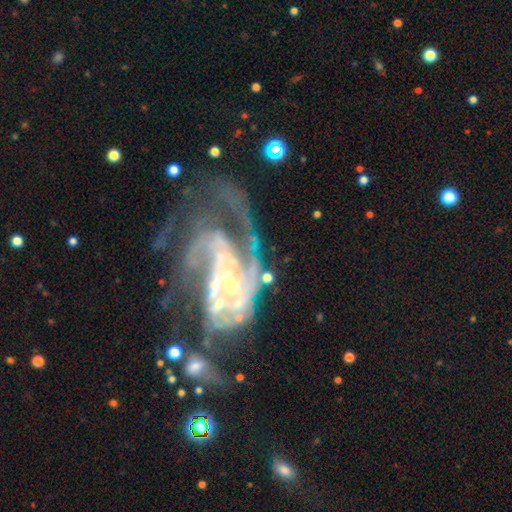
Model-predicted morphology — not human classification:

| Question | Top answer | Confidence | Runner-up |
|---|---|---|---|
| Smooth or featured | featured or disk | 83% | star or artifact (11%) |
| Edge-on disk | no | 96% | yes (4%) |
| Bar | no | 52% | weak (30%) |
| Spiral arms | yes | 92% | no (8%) |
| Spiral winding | tight | 45% | medium (40%) |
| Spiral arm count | can't tell | 29% | 2 (25%) |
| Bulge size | small | 68% | moderate (16%) |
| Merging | major disturbance | 36% | tied: none (36%) |